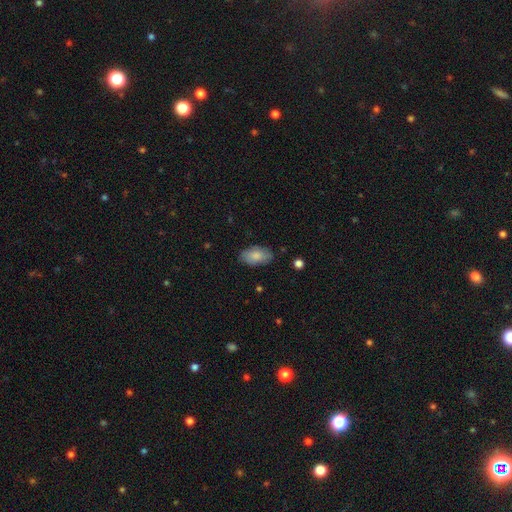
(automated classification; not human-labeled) The model was most divided on "merging": none: 82%, minor disturbance: 14%, major disturbance: 3%, merger: 1%. More confident: how rounded — in between (94%); smooth or featured — smooth (82%).